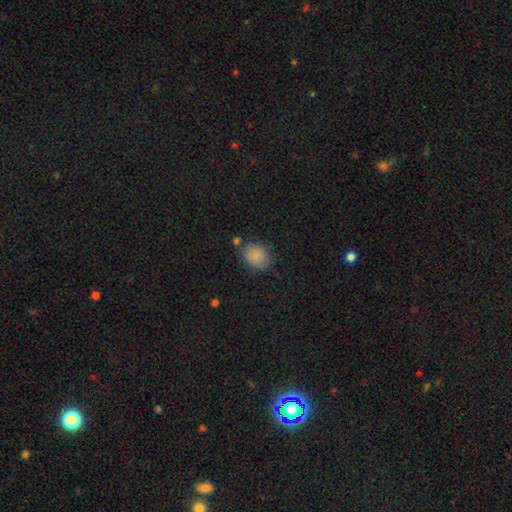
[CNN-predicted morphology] smooth-or-featured: smooth: 86% | star or artifact: 9% | featured or disk: 5%
  how-rounded: round: 53% | in between: 46% | cigar-shaped: 1%
  merging: none: 74% | minor disturbance: 16% | merger: 5% | major disturbance: 4%